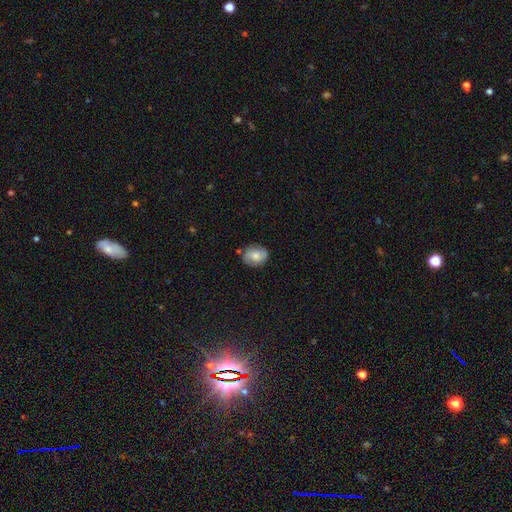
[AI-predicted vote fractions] Smooth or featured? smooth (59%)
How rounded? in between (58%)
Merging? none (77%)